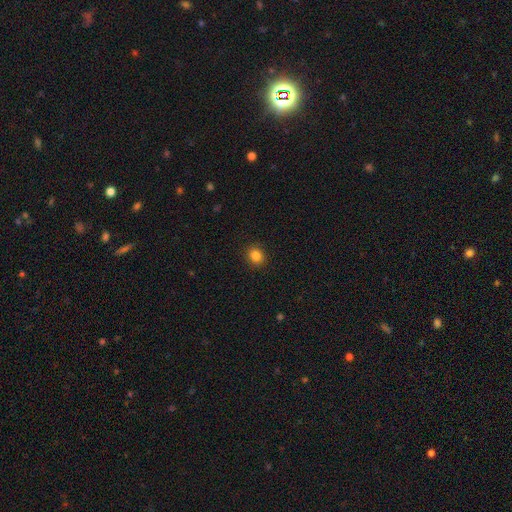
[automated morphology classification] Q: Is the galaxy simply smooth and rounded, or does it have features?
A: smooth — 84%.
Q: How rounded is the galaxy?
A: round — 72%.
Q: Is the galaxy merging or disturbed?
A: none — 91%.